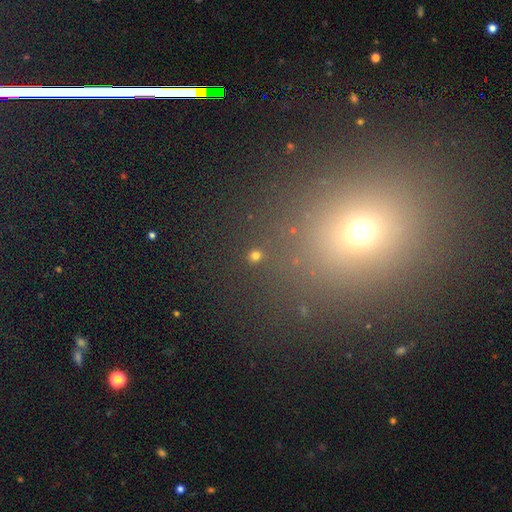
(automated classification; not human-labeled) Smooth or featured?
  - smooth: 69% *
  - star or artifact: 25%
  - featured or disk: 5%
How rounded?
  - round: 87% *
  - in between: 11%
  - cigar-shaped: 2%
Merging?
  - none: 87% *
  - minor disturbance: 7%
  - merger: 4%
  - major disturbance: 3%